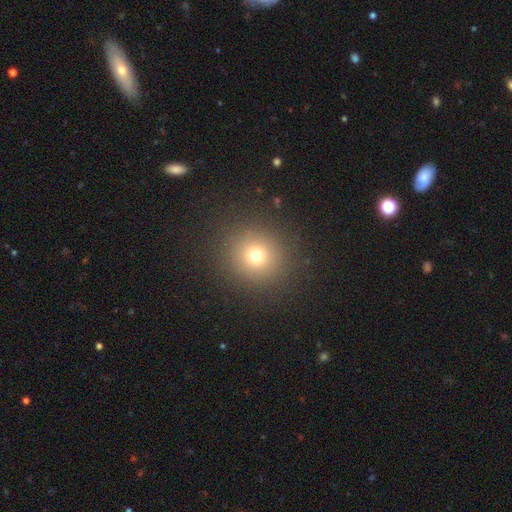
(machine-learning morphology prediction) Q: Smooth or featured?
A: smooth (71%); runner-up: star or artifact (20%)
Q: How rounded?
A: round (93%); runner-up: in between (6%)
Q: Merging?
A: none (90%); runner-up: minor disturbance (6%)